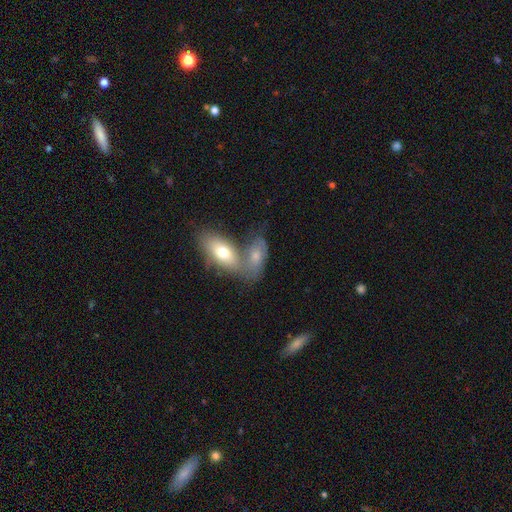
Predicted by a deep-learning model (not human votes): smooth_or_featured: smooth (p=0.60) [alt: featured or disk p=0.32]
how_rounded: in between (p=0.86) [alt: cigar-shaped p=0.08]
merging: merger (p=0.56) [alt: none p=0.27]